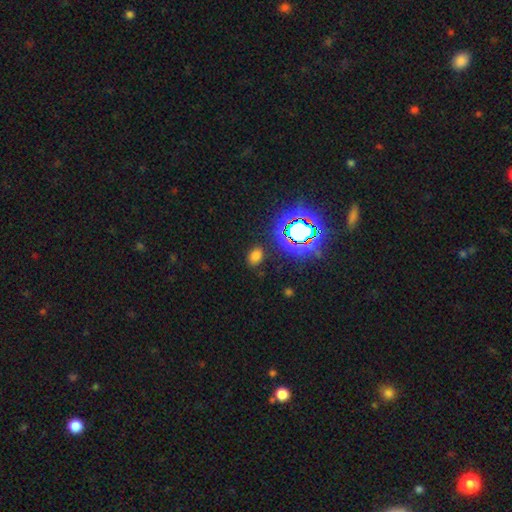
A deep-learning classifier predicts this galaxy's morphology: Overall: smooth (65%; star or artifact 27%). How rounded: in between (75%). Merging: none (84%).